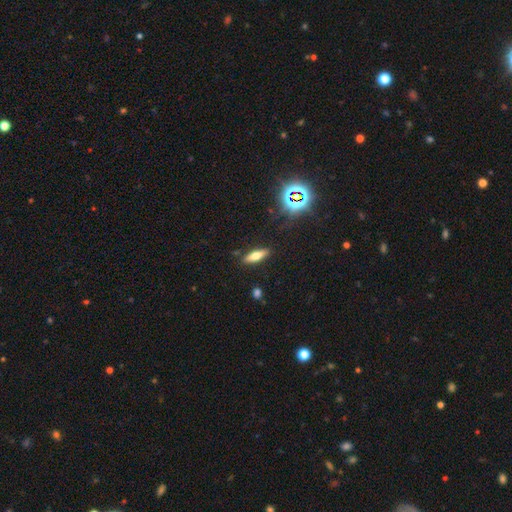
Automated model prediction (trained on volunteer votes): A smooth galaxy with no disk features (58%) that is in between round and cigar-shaped (49%).

Vote fractions:
- Smooth or featured? smooth: 58% / featured or disk: 30% / star or artifact: 12%
- How rounded? in between: 49% / cigar-shaped: 48% / round: 3%
- Merging? none: 87% / minor disturbance: 9% / major disturbance: 2% / merger: 2%